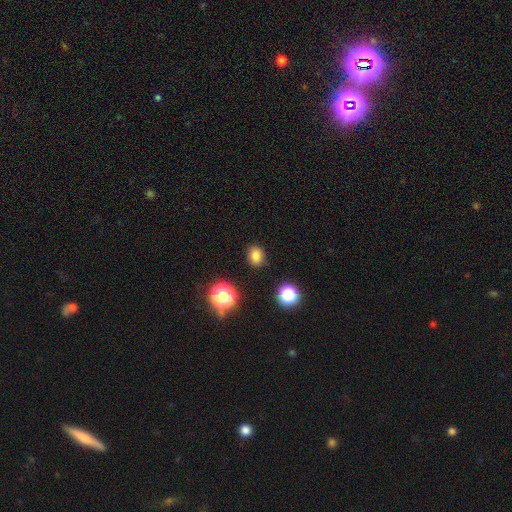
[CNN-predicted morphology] smooth-or-featured: smooth: 79% | star or artifact: 15% | featured or disk: 6%
  how-rounded: round: 57% | in between: 42% | cigar-shaped: 1%
  merging: none: 88% | minor disturbance: 8% | major disturbance: 3% | merger: 2%